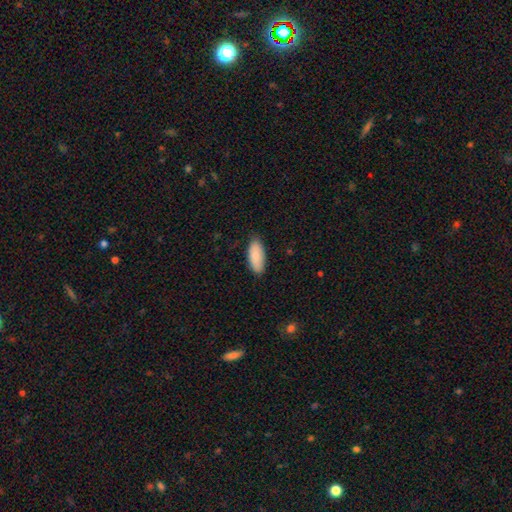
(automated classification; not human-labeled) Overall: smooth (89%). How rounded: in between (85%). Merging: none (85%).